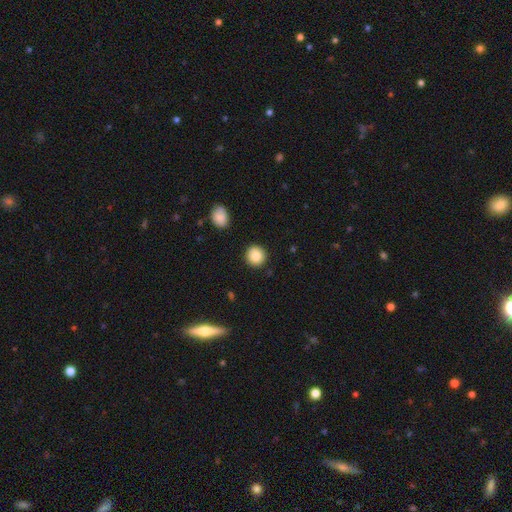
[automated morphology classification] This is clearly a smooth galaxy (87%). How rounded: clearly round (92%). Merging: clearly none (91%).